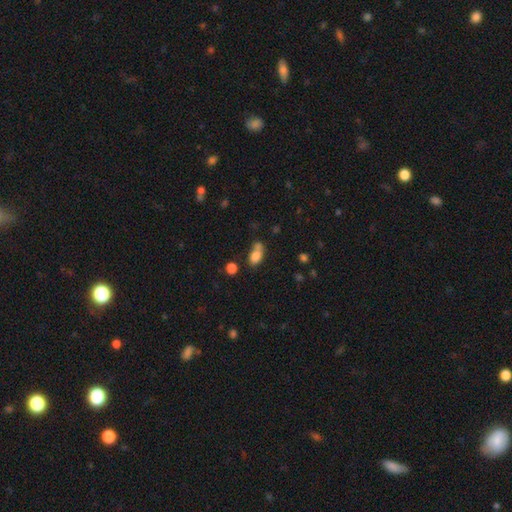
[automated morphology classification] The model was most divided on "merging": none: 40%, merger: 35%, minor disturbance: 17%, major disturbance: 8%. More confident: smooth or featured — smooth (80%); how rounded — in between (77%).